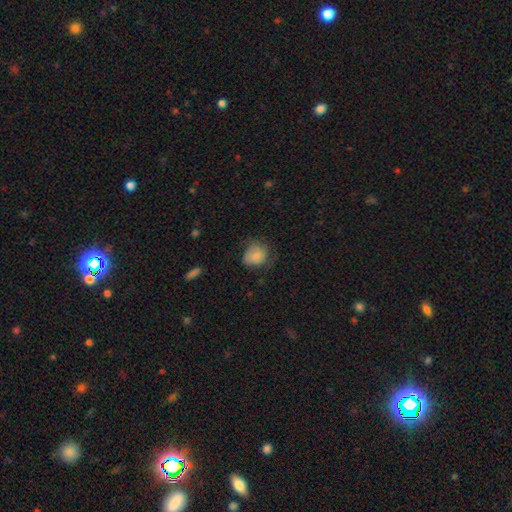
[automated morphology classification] This is likely a smooth galaxy (77%). How rounded: likely round (60%). Merging: possibly none (50%).